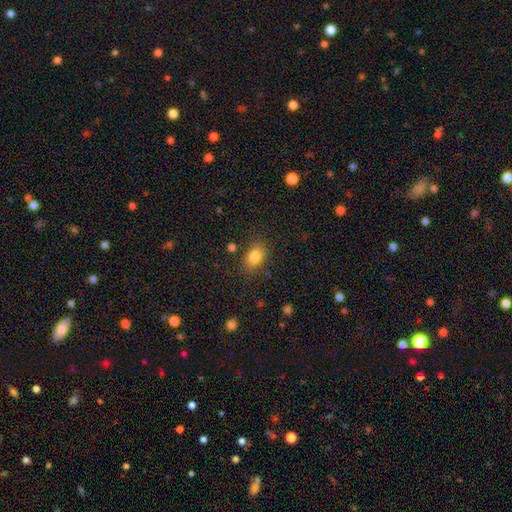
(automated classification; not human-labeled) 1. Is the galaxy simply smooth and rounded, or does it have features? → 83% smooth, 10% star or artifact, 7% featured or disk.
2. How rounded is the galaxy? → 76% in between, 23% round, 1% cigar-shaped.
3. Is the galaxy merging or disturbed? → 81% none, 13% minor disturbance, 4% major disturbance, 3% merger.